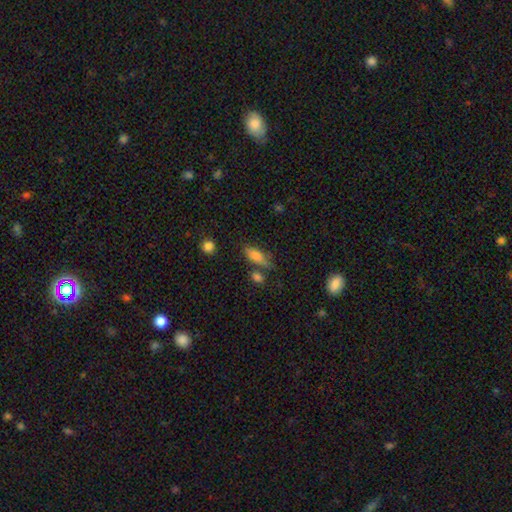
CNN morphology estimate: This appears to be a smooth galaxy with no disk features (76%) that is in between round and cigar-shaped (64%). Merging: none (60%).